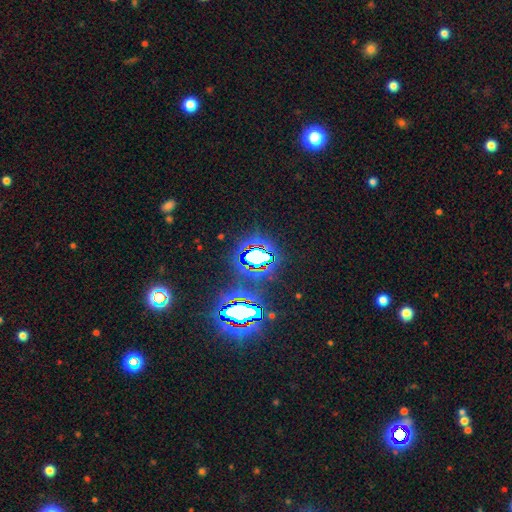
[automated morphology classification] Smooth or featured? Predicted: star or artifact (p=0.73).